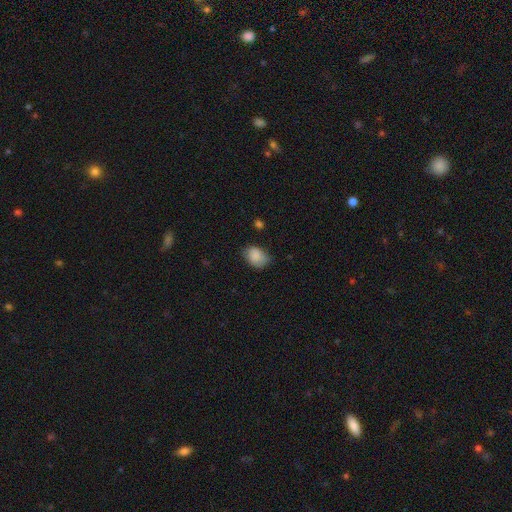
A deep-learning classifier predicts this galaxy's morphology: Smooth or featured: smooth — 85% (star or artifact — 8%)
How rounded: in between — 71% (round — 28%)
Merging: none — 63% (minor disturbance — 30%)